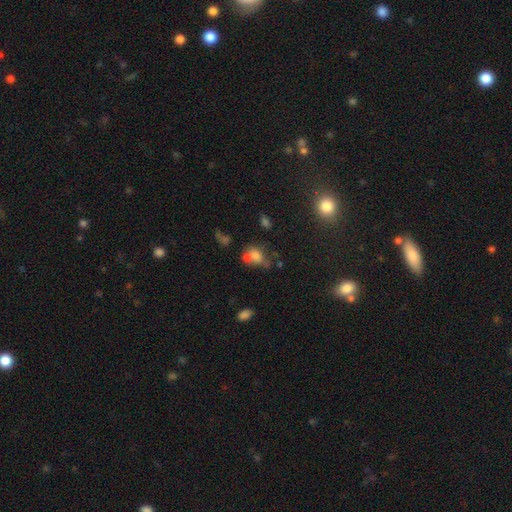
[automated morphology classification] Overall: smooth (68%). How rounded: in between (62%; round 36%). Merging: merger (43%; none 31%).